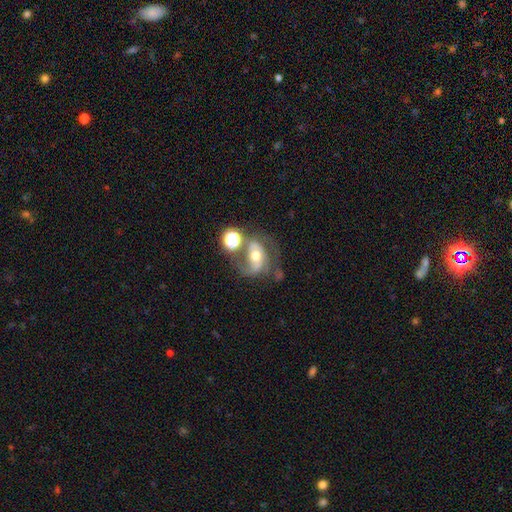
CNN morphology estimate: A featured or disk galaxy (67%) with no bar (47%), 2 (72%) medium (46%) spiral arms (81%) and a moderate central bulge (69%). Merging: none (38%).